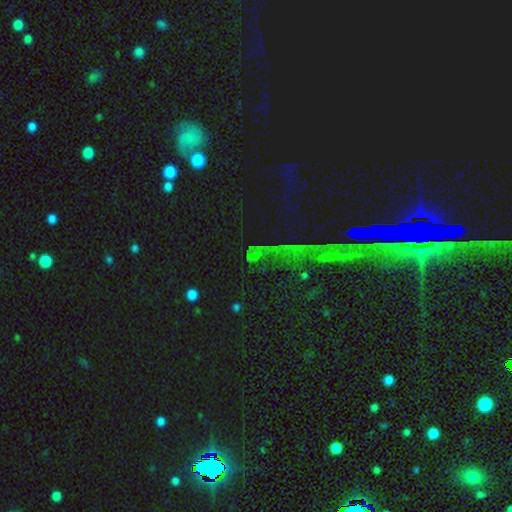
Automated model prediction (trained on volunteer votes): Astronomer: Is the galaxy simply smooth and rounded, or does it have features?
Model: star or artifact — 64%.